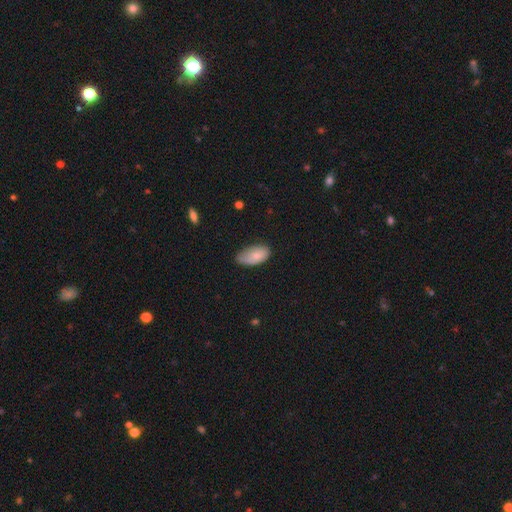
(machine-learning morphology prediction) Q: Smooth or featured?
A: smooth (74%); runner-up: featured or disk (19%)
Q: How rounded?
A: in between (93%); runner-up: round (4%)
Q: Merging?
A: none (48%); runner-up: minor disturbance (41%)